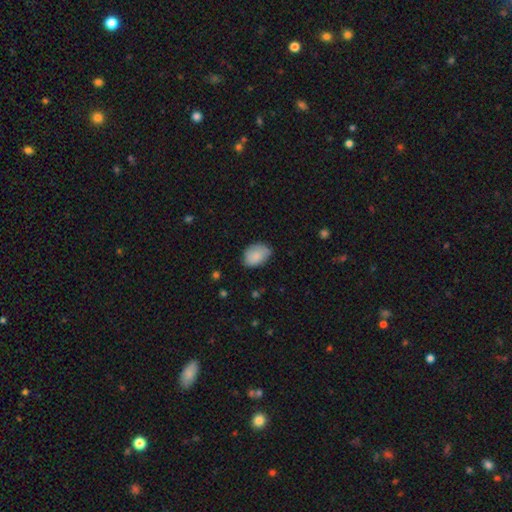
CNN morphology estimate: Overall: smooth (82%). How rounded: in between (78%). Merging: none (67%).